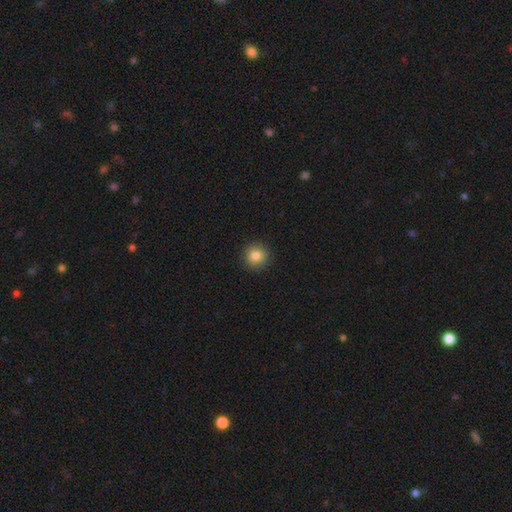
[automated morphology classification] Q: Smooth or featured?
A: smooth (83%); runner-up: star or artifact (11%)
Q: How rounded?
A: round (94%); runner-up: in between (5%)
Q: Merging?
A: none (92%); runner-up: minor disturbance (6%)